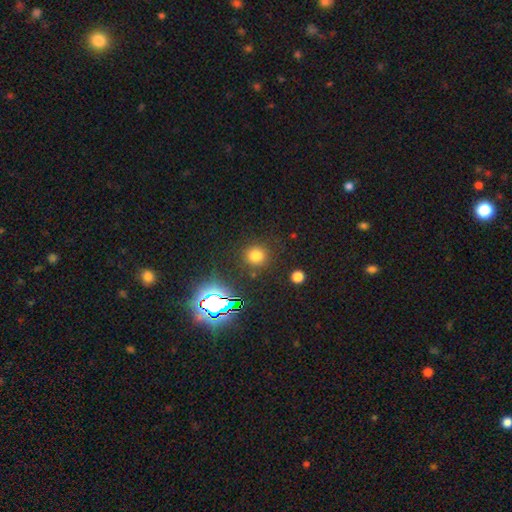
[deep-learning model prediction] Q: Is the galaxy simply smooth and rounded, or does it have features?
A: smooth — 70%.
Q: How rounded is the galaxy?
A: round — 90%.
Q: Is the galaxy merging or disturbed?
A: none — 86%.